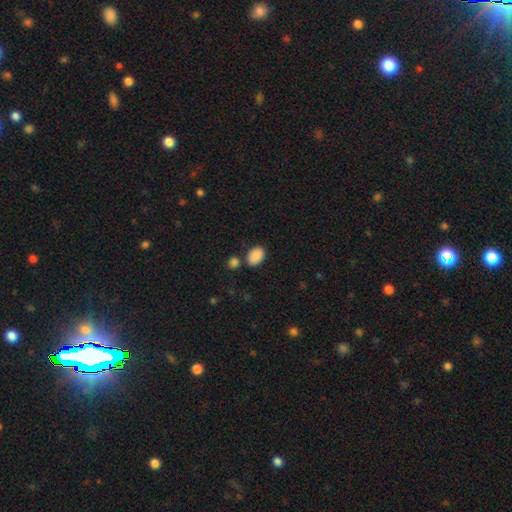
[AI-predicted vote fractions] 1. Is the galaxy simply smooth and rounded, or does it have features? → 89% smooth, 8% star or artifact, 4% featured or disk.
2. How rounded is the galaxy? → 83% in between, 16% round, 1% cigar-shaped.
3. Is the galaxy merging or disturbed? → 72% none, 13% minor disturbance, 12% merger, 4% major disturbance.